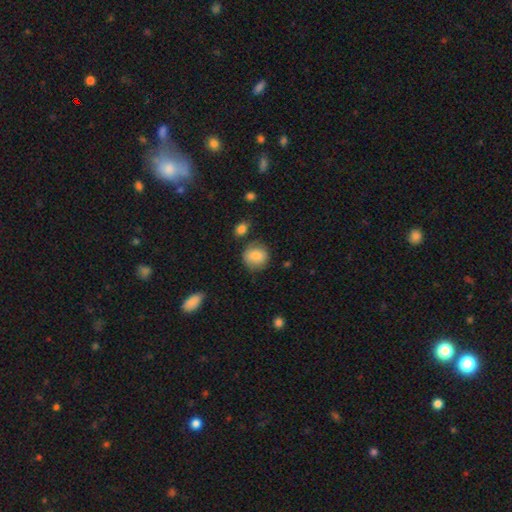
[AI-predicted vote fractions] Q: Smooth or featured?
A: smooth (83%); runner-up: featured or disk (9%)
Q: How rounded?
A: round (85%); runner-up: in between (14%)
Q: Merging?
A: none (76%); runner-up: minor disturbance (16%)